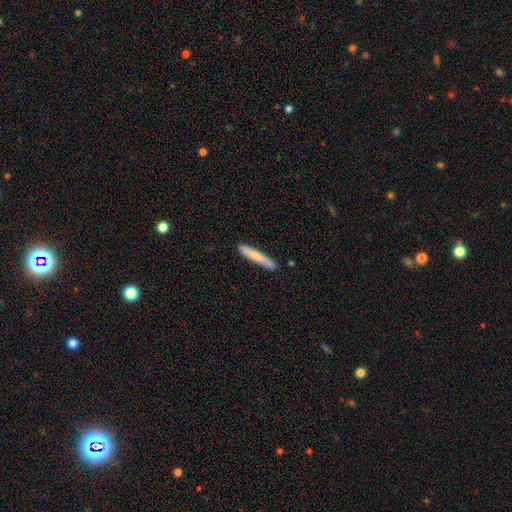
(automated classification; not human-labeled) smooth 74%, featured or disk 21%, star or artifact 5%. Down the decision tree: how rounded — cigar-shaped (95%); merging — none (87%).